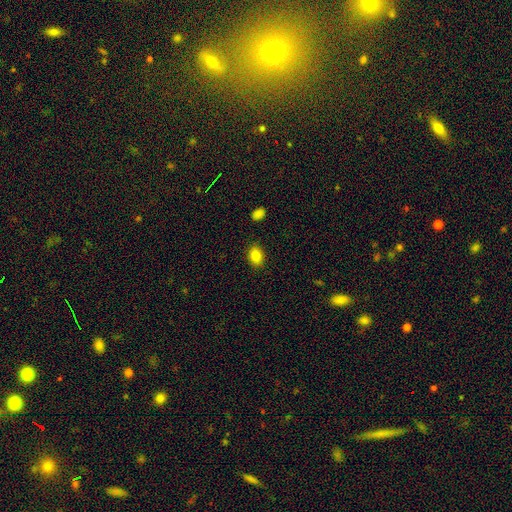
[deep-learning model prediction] Q: Smooth or featured?
A: smooth (84%); runner-up: star or artifact (9%)
Q: How rounded?
A: in between (77%); runner-up: round (21%)
Q: Merging?
A: none (88%); runner-up: minor disturbance (8%)